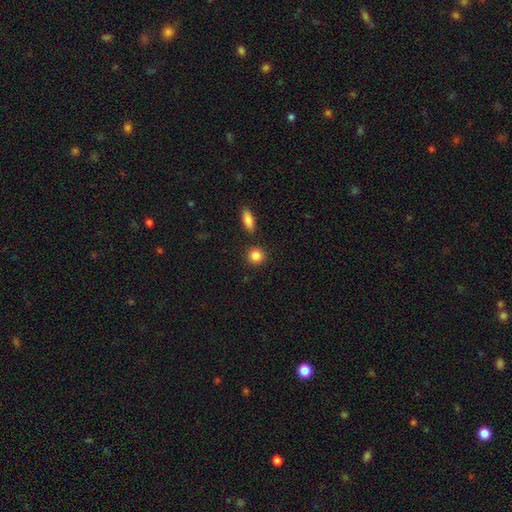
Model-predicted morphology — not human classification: Smooth or featured?
  - smooth: 88% *
  - star or artifact: 8%
  - featured or disk: 4%
How rounded?
  - round: 89% *
  - in between: 10%
  - cigar-shaped: 1%
Merging?
  - none: 86% *
  - minor disturbance: 7%
  - merger: 5%
  - major disturbance: 2%